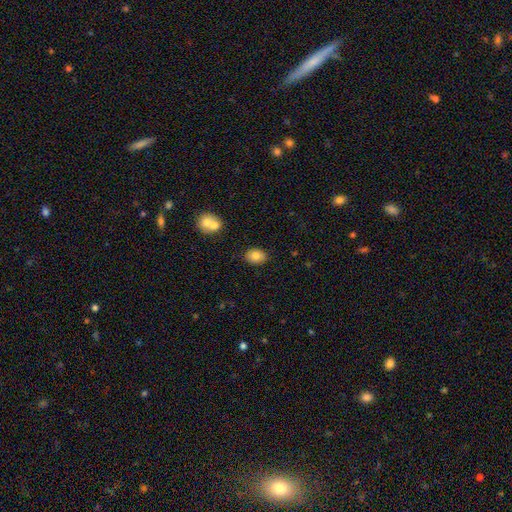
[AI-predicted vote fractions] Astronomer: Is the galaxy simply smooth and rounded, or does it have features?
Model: smooth — 81%.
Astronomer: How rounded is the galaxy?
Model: in between — 70%.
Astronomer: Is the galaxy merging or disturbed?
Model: none — 84%.